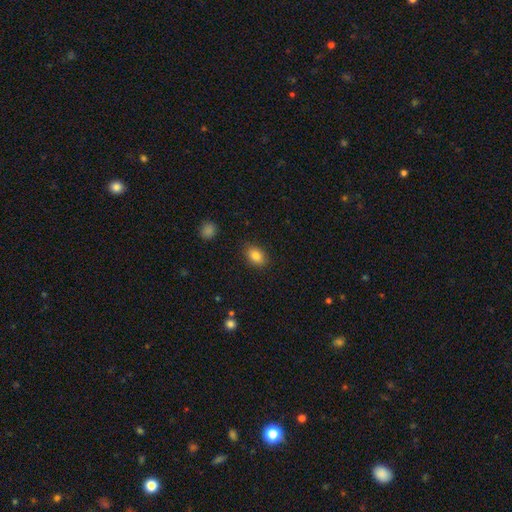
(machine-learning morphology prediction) A smooth galaxy with no disk features (85%) that is in between round and cigar-shaped (78%).

Vote fractions:
- Smooth or featured? smooth: 85% / star or artifact: 9% / featured or disk: 6%
- How rounded? in between: 78% / round: 21% / cigar-shaped: 1%
- Merging? none: 87% / minor disturbance: 10% / major disturbance: 3% / merger: 1%